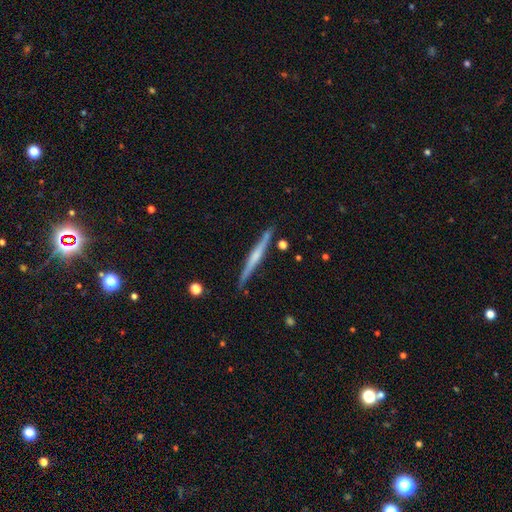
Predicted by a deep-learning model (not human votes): The model was most divided on "edge-on bulge": rounded: 50%, none: 35%, boxy: 14%. More confident: edge-on disk — yes (98%); merging — none (87%); smooth or featured — featured or disk (68%).